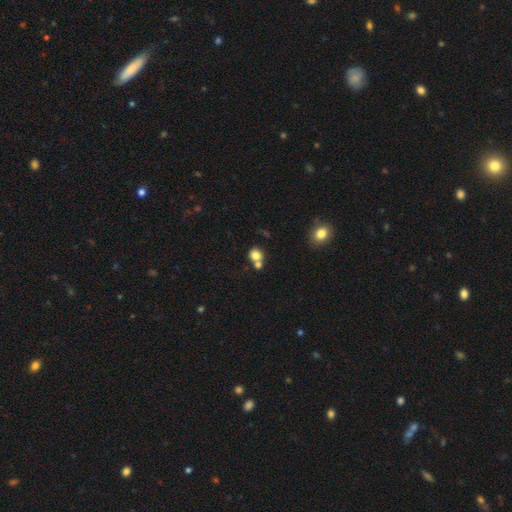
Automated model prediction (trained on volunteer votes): Q: Smooth or featured?
A: smooth (79%); runner-up: star or artifact (11%)
Q: How rounded?
A: round (83%); runner-up: in between (16%)
Q: Merging?
A: none (50%); runner-up: merger (39%)